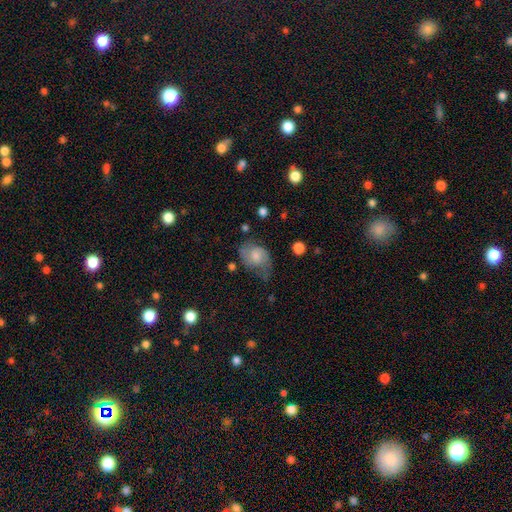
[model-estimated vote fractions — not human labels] Smooth or featured? Predicted: smooth (p=0.57). How rounded? Predicted: in between (p=0.70). Merging? Predicted: none (p=0.37).